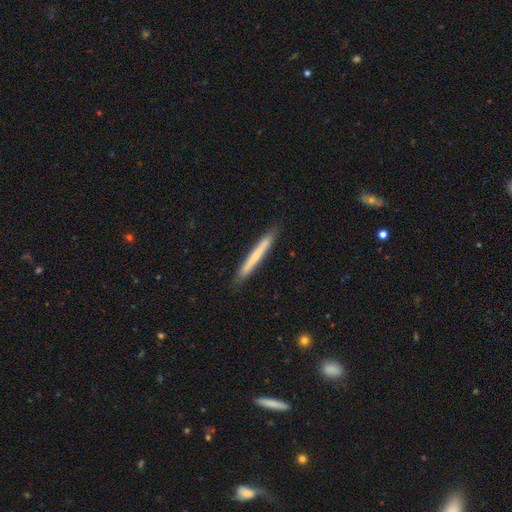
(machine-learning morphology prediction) type=smooth (64%); roundness=cigar-shaped (97%); merging=none (89%).